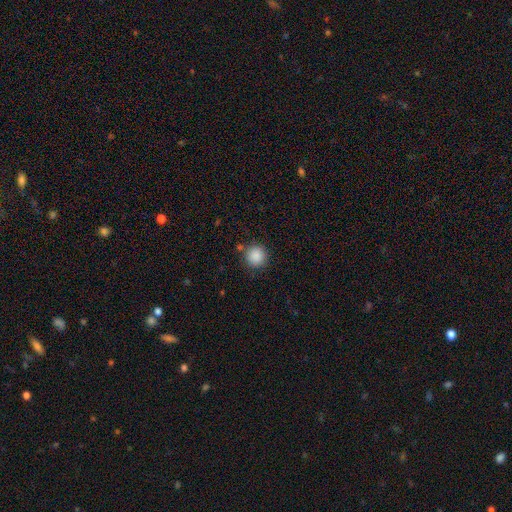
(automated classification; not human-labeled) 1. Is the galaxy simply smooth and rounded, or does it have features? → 88% smooth, 9% star or artifact, 3% featured or disk.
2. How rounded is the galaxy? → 94% round, 5% in between, 1% cigar-shaped.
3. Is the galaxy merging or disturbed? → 86% none, 8% minor disturbance, 3% merger, 3% major disturbance.